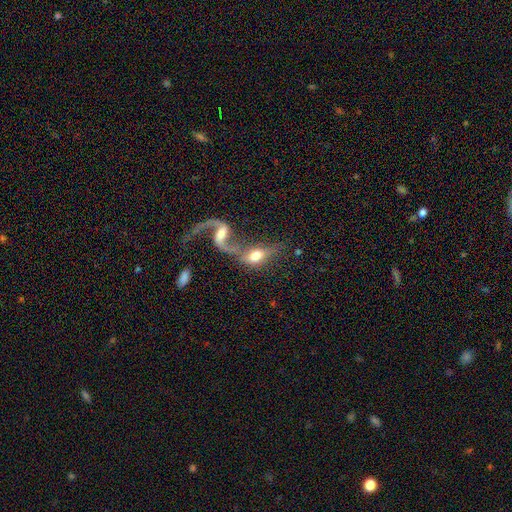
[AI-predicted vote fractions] This appears to be a featured or disk galaxy (51%). Merging: merger (59%).